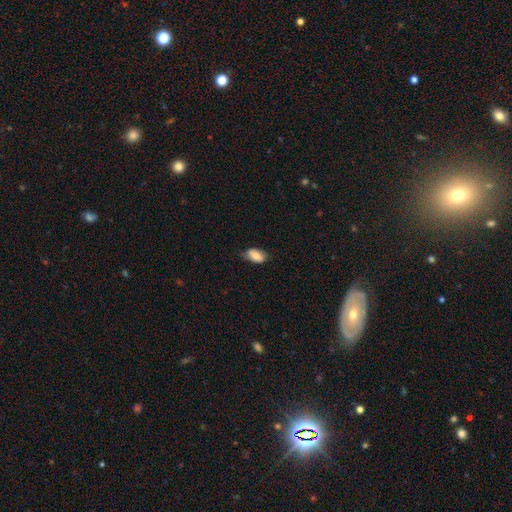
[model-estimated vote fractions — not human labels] Q: Smooth or featured?
A: smooth (78%); runner-up: featured or disk (14%)
Q: How rounded?
A: in between (92%); runner-up: round (5%)
Q: Merging?
A: none (67%); runner-up: minor disturbance (27%)